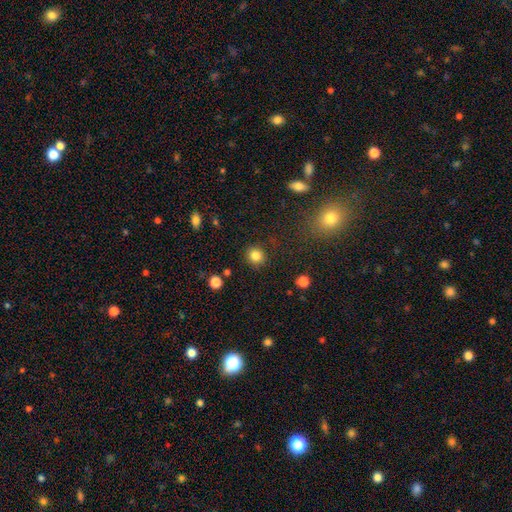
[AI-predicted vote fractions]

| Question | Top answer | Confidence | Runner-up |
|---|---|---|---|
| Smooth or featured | smooth | 84% | star or artifact (12%) |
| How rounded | round | 88% | in between (11%) |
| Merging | none | 89% | minor disturbance (7%) |